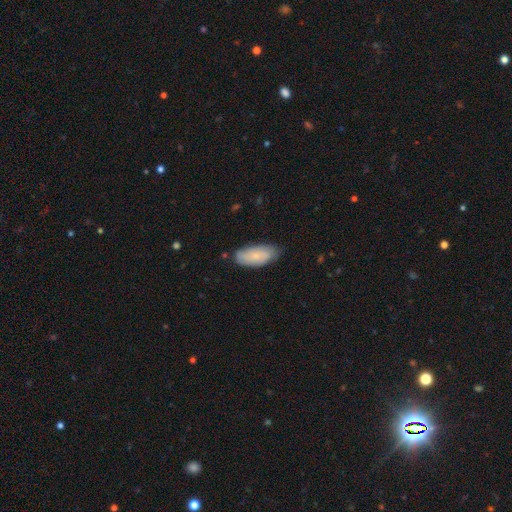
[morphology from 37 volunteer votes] type=smooth (62%); roundness=in between (100%); merging=none (69%).